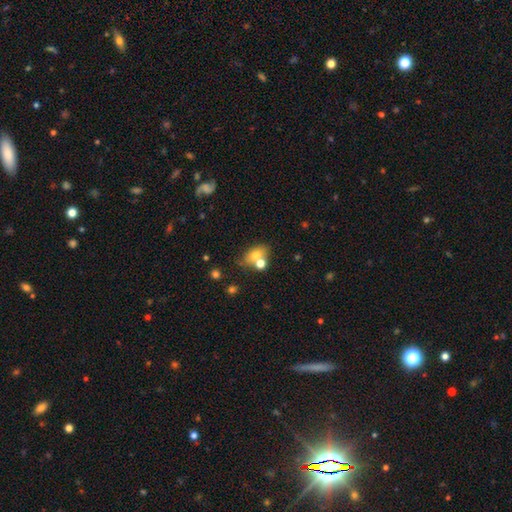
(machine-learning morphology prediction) A smooth galaxy with no disk features (70%) that is in between round and cigar-shaped (76%). Merging: none (51%).